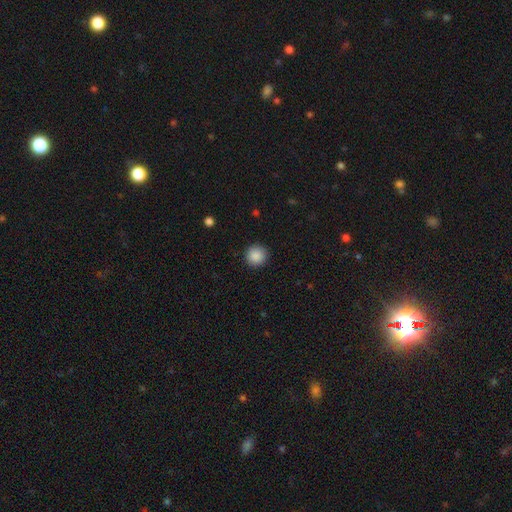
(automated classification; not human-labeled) Smooth or featured? Predicted: smooth (p=0.88). How rounded? Predicted: round (p=0.95). Merging? Predicted: none (p=0.92).